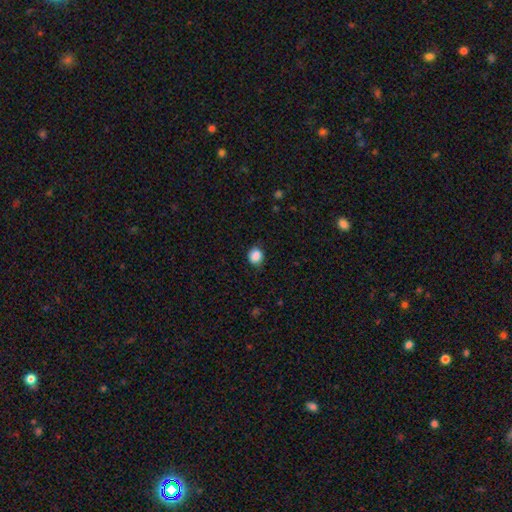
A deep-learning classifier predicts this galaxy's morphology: This is clearly a smooth galaxy (87%). How rounded: likely round (69%). Merging: likely none (77%).